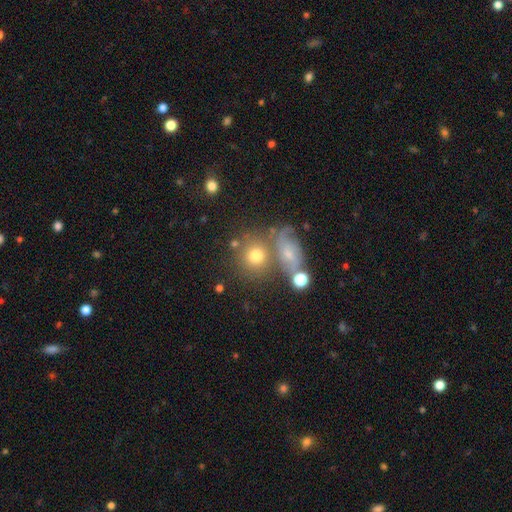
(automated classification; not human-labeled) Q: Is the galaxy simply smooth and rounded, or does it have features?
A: smooth — 71%.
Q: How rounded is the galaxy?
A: round — 79%.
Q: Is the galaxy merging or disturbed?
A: none — 56%.